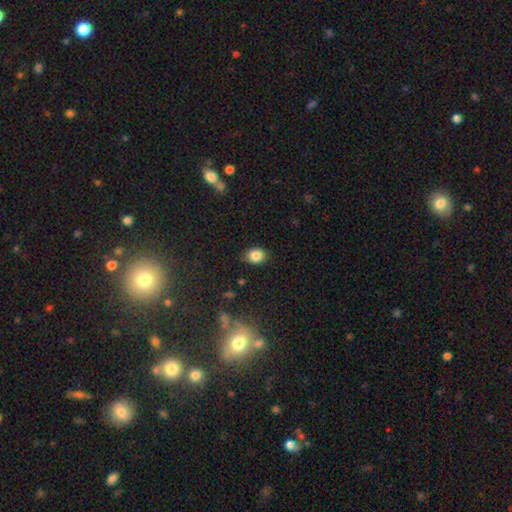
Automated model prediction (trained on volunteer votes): Smooth or featured? smooth (84%)
How rounded? in between (57%)
Merging? none (85%)